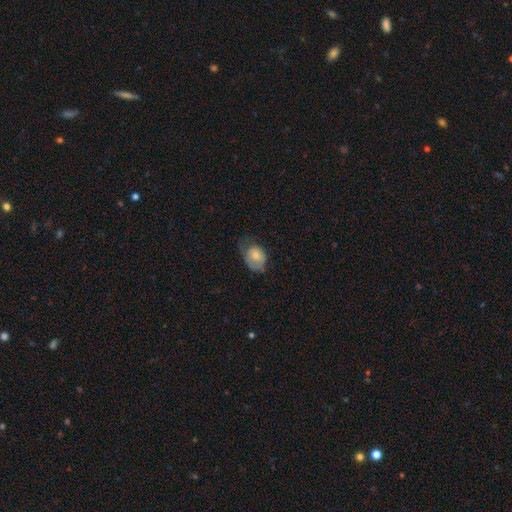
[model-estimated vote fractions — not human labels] smooth 67%, featured or disk 26%, star or artifact 7%. Down the decision tree: how rounded — in between (73%); merging — minor disturbance (37%).